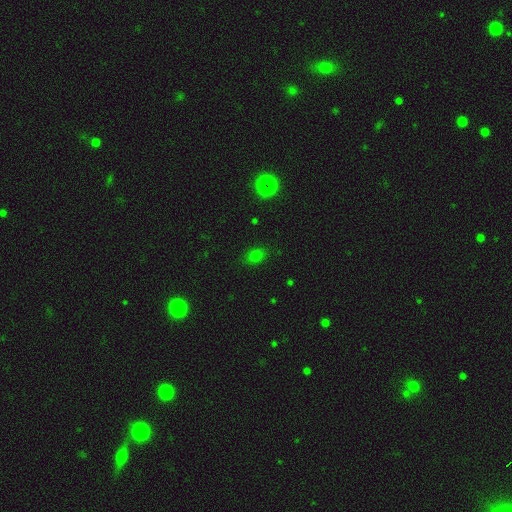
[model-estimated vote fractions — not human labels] This is likely a smooth galaxy (72%). How rounded: possibly in between (57%). Merging: clearly none (83%).